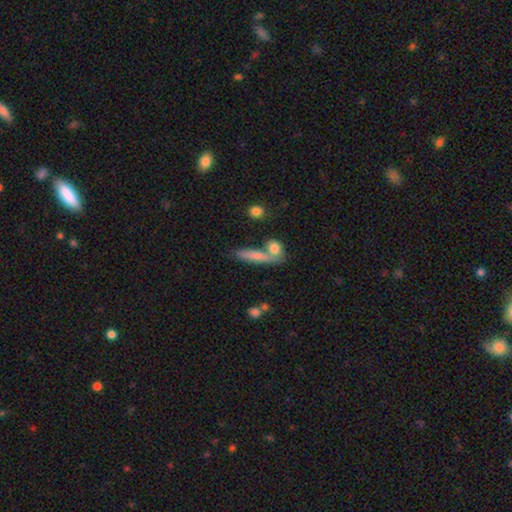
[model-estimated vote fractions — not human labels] smooth_or_featured: smooth (p=0.73) [alt: featured or disk p=0.20]
how_rounded: cigar-shaped (p=0.69) [alt: in between p=0.24]
merging: none (p=0.53) [alt: merger p=0.29]